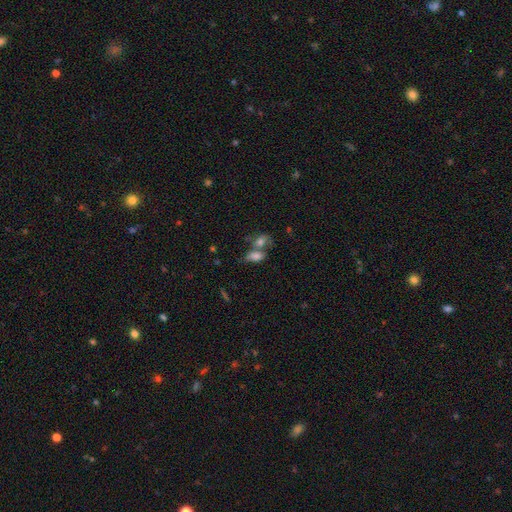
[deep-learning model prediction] smooth-or-featured: smooth: 73% | featured or disk: 15% | star or artifact: 11%
  how-rounded: in between: 83% | round: 10% | cigar-shaped: 7%
  merging: merger: 55% | none: 27% | minor disturbance: 11% | major disturbance: 7%